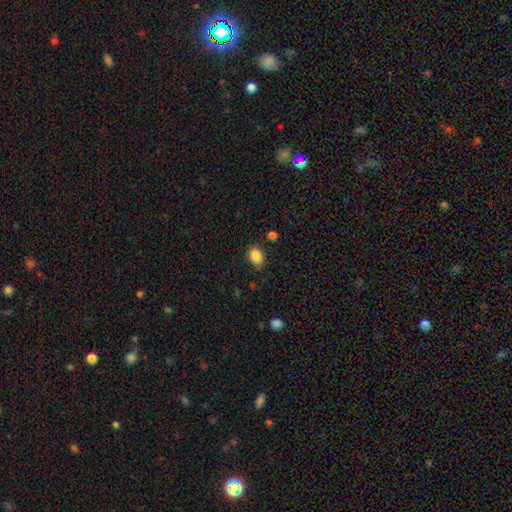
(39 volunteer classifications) A smooth galaxy with no disk features (90%) that is in between round and cigar-shaped (86%). Merging: none (81%).